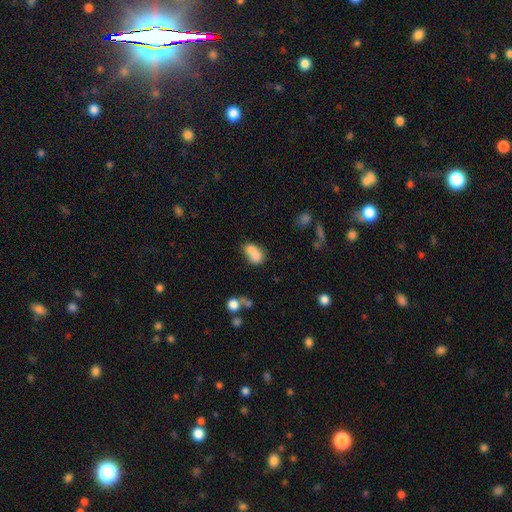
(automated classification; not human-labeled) Smooth or featured? smooth (73%)
How rounded? in between (62%)
Merging? merger (63%)